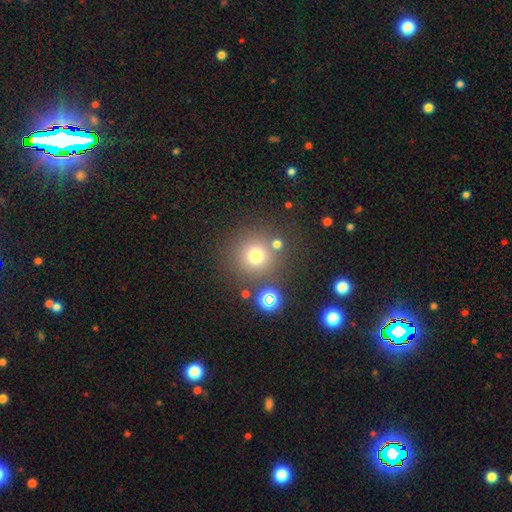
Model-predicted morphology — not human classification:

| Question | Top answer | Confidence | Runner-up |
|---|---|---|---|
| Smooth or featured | smooth | 72% | star or artifact (19%) |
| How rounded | round | 94% | in between (5%) |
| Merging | none | 80% | minor disturbance (8%) |